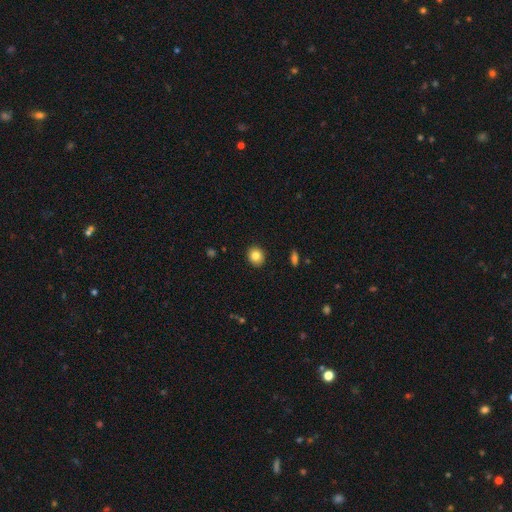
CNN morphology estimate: Smooth or featured? Predicted: smooth (p=0.83). How rounded? Predicted: round (p=0.79). Merging? Predicted: none (p=0.91).